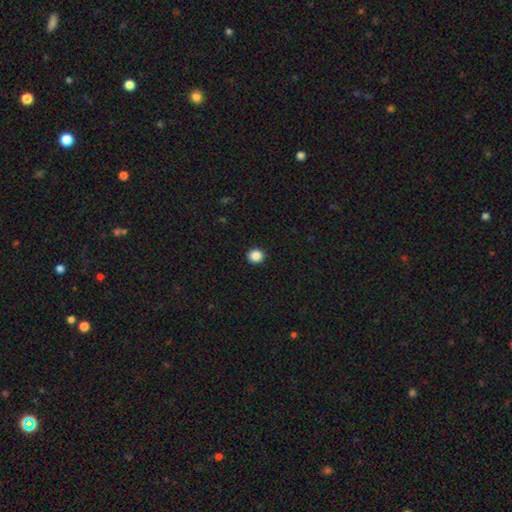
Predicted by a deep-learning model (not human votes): The model was most divided on "smooth or featured": smooth: 88%, star or artifact: 10%, featured or disk: 3%. More confident: merging — none (93%); how rounded — round (91%).